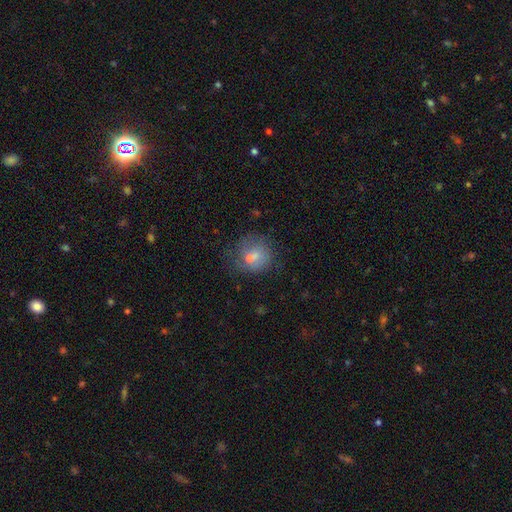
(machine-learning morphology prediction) Overall: smooth (58%; featured or disk 24%). How rounded: round (77%). Merging: none (66%).